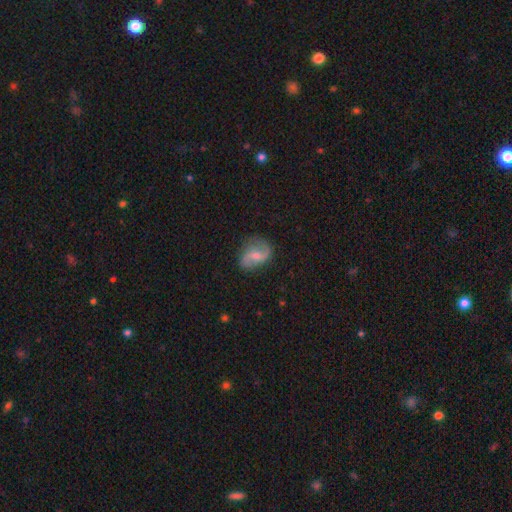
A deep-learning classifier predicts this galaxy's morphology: smooth-or-featured: featured or disk: 77% | smooth: 16% | star or artifact: 7%
  disk-edge-on: no: 97% | yes: 3%
    bar: weak: 42% | no: 41% | strong: 17%
    has-spiral-arms: yes: 94% | no: 6%
      spiral-winding: loose: 61% | medium: 30% | tight: 9%
      spiral-arm-count: 2: 91% | can't tell: 4% | 1: 2% | 3: 1% | 4: 1% | more than 4: 1%
    bulge-size: small: 51% | moderate: 43% | none: 3% | large: 2% | dominant: 1%
  merging: none: 78% | minor disturbance: 15% | major disturbance: 5% | merger: 1%